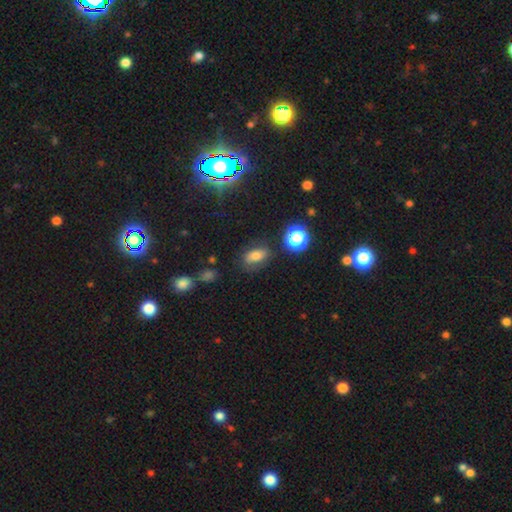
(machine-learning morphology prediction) smooth_or_featured: smooth (p=0.71) [alt: star or artifact p=0.15]
how_rounded: in between (p=0.80) [alt: round p=0.15]
merging: none (p=0.73) [alt: minor disturbance p=0.18]